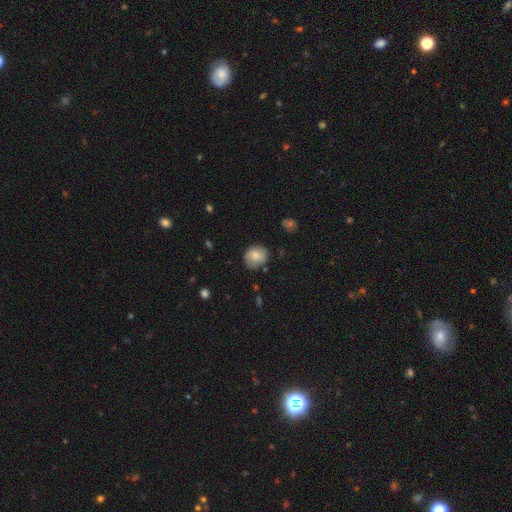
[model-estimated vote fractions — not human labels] Overall: smooth (72%). How rounded: round (73%). Merging: none (75%).